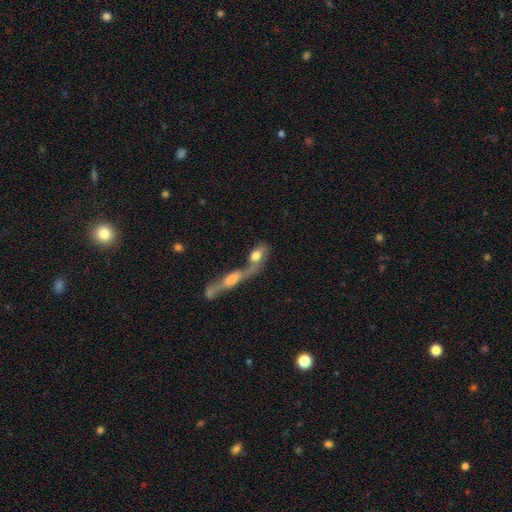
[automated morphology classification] This appears to be a smooth galaxy with no disk features (66%) that is in between round and cigar-shaped (75%). Merging: merger (61%).